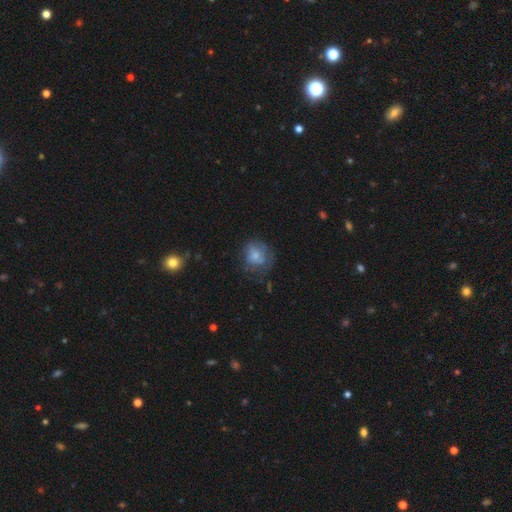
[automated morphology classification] A smooth galaxy with no disk features (58%) that is round (73%).

Vote fractions:
- Smooth or featured? smooth: 58% / featured or disk: 31% / star or artifact: 11%
- How rounded? round: 73% / in between: 27% / cigar-shaped: 1%
- Merging? none: 50% / minor disturbance: 25% / major disturbance: 21% / merger: 4%